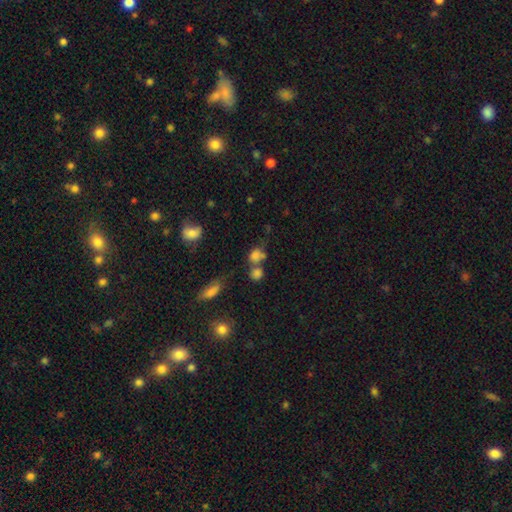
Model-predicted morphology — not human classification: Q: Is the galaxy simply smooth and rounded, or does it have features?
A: smooth — 75%.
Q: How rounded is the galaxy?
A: round — 62%.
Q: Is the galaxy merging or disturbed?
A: merger — 40%.